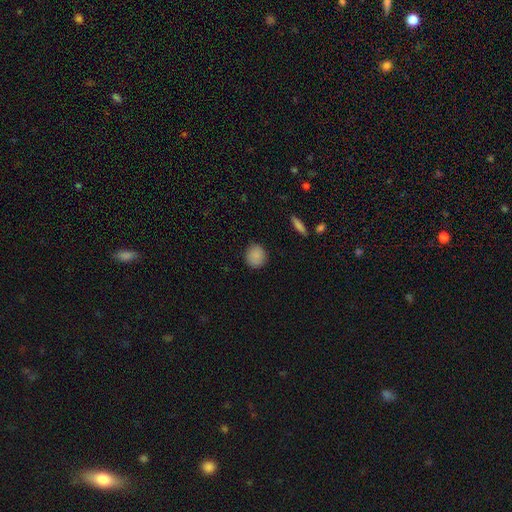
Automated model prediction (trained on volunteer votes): Smooth or featured: smooth — 88% (star or artifact — 8%)
How rounded: round — 88% (in between — 11%)
Merging: none — 89% (minor disturbance — 8%)